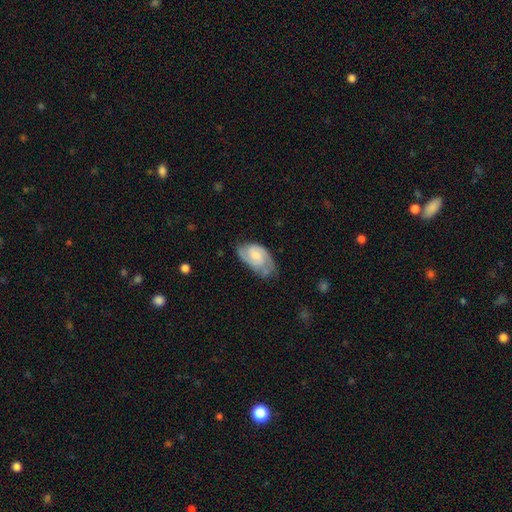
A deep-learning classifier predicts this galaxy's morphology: smooth-or-featured: featured or disk: 66% | smooth: 28% | star or artifact: 6%
  disk-edge-on: no: 96% | yes: 4%
    bar: no: 53% | weak: 40% | strong: 6%
    has-spiral-arms: yes: 91% | no: 9%
      spiral-winding: medium: 45% | tight: 42% | loose: 13%
      spiral-arm-count: 2: 72% | can't tell: 15% | 3: 6% | 1: 4% | 4: 1% | more than 4: 1%
    bulge-size: small: 44% | moderate: 41% | none: 8% | large: 5% | dominant: 1%
  merging: none: 57% | minor disturbance: 31% | major disturbance: 9% | merger: 2%